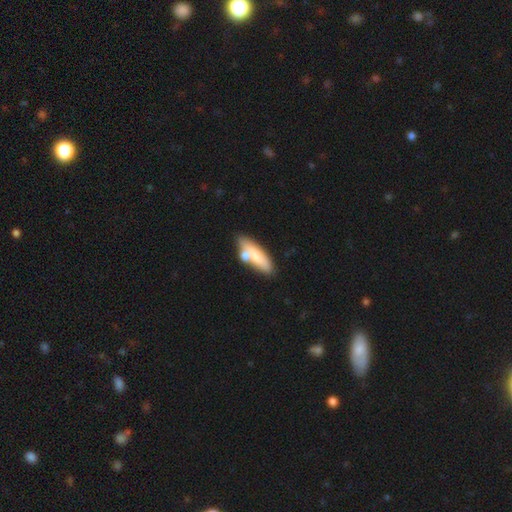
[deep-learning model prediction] smooth-or-featured: smooth: 68% | featured or disk: 26% | star or artifact: 6%
  how-rounded: cigar-shaped: 51% | in between: 46% | round: 3%
  merging: none: 53% | merger: 26% | minor disturbance: 16% | major disturbance: 5%